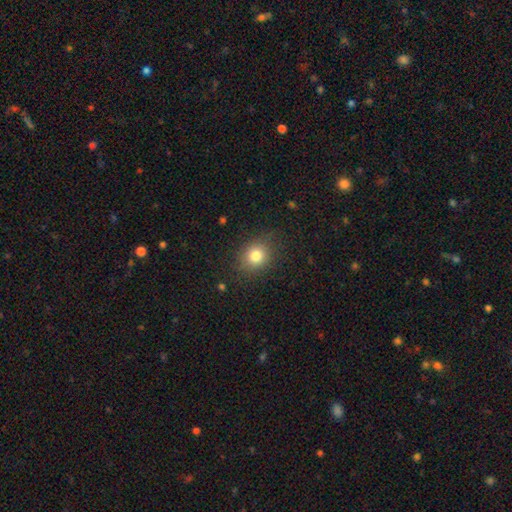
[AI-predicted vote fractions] Smooth or featured? smooth (80%)
How rounded? round (69%)
Merging? none (83%)